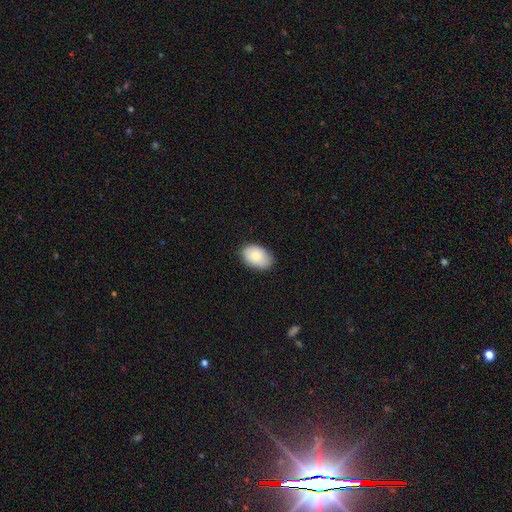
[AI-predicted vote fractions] Smooth or featured? smooth (78%)
How rounded? in between (88%)
Merging? none (82%)